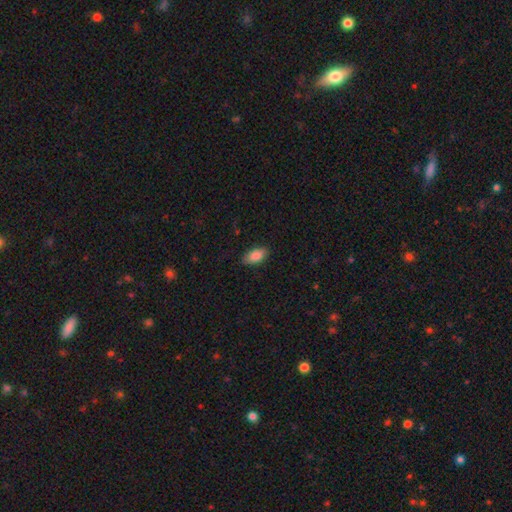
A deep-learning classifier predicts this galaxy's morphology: type=smooth (87%); roundness=in between (92%); merging=none (86%).